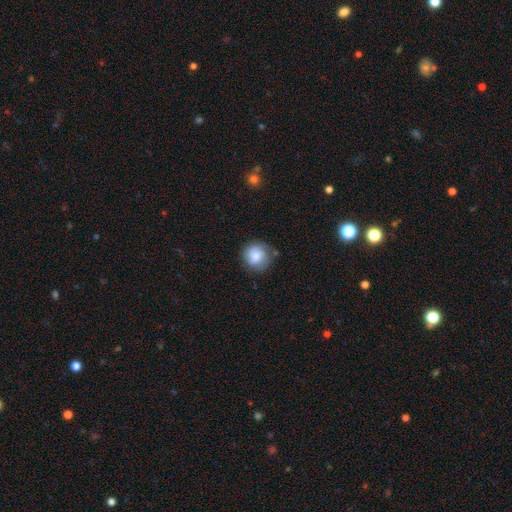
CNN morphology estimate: The model was most divided on "merging": none: 71%, minor disturbance: 21%, major disturbance: 5%, merger: 2%. More confident: how rounded — round (90%); smooth or featured — smooth (76%).